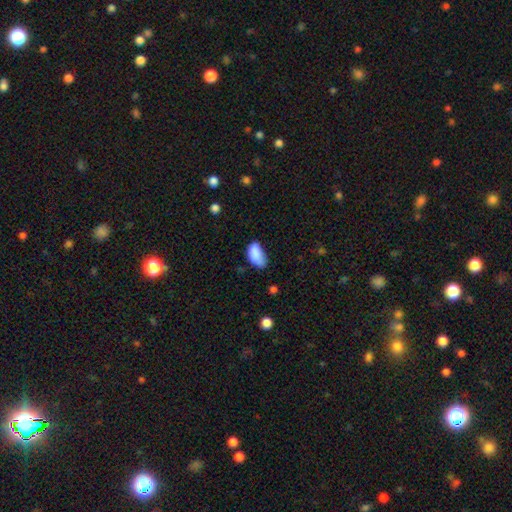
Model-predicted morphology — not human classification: smooth-or-featured: smooth: 83% | star or artifact: 9% | featured or disk: 8%
  how-rounded: in between: 93% | round: 4% | cigar-shaped: 2%
  merging: minor disturbance: 41% | none: 40% | major disturbance: 15% | merger: 5%